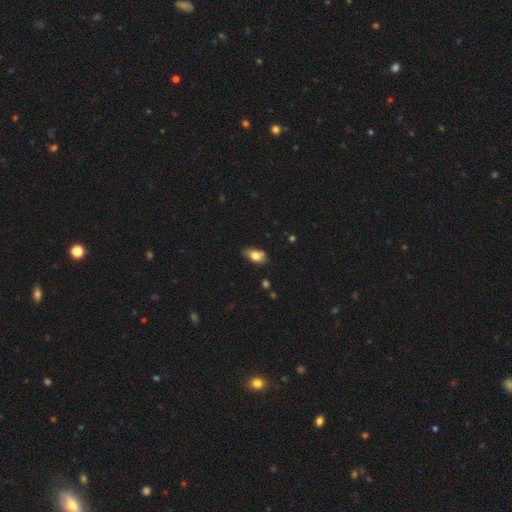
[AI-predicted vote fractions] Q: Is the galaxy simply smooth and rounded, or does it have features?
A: smooth — 76%.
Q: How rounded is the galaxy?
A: in between — 88%.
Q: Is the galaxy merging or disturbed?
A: none — 67%.